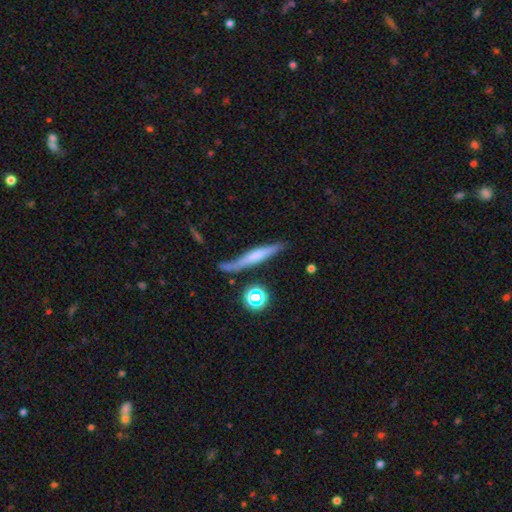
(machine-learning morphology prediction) Q: Smooth or featured?
A: featured or disk (46%); runner-up: smooth (45%)
Q: Merging?
A: none (67%); runner-up: minor disturbance (20%)